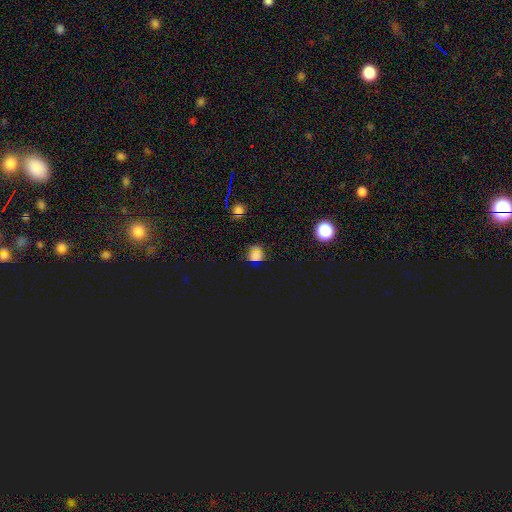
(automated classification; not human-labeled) Smooth or featured?
  - star or artifact: 56% *
  - smooth: 36%
  - featured or disk: 8%